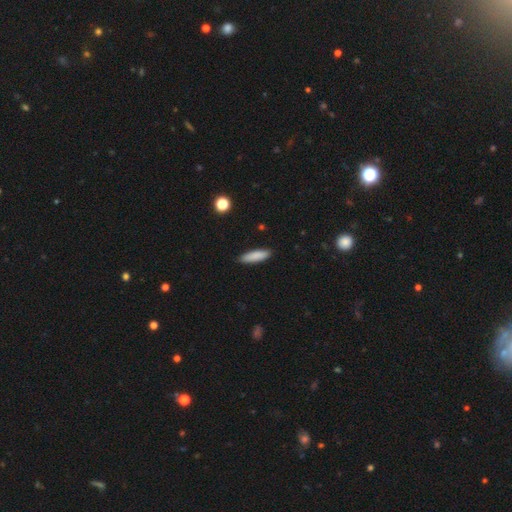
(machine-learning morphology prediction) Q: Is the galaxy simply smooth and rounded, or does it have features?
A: smooth — 86%.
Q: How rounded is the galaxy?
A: cigar-shaped — 65%.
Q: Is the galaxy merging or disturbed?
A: none — 88%.